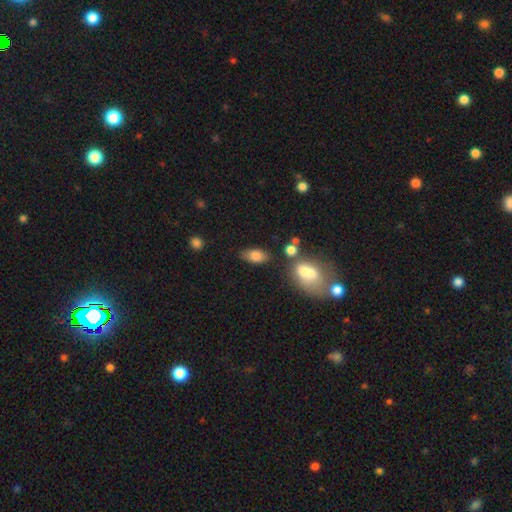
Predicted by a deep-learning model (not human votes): smooth_or_featured: smooth (p=0.79) [alt: featured or disk p=0.12]
how_rounded: in between (p=0.87) [alt: round p=0.07]
merging: none (p=0.69) [alt: minor disturbance p=0.17]